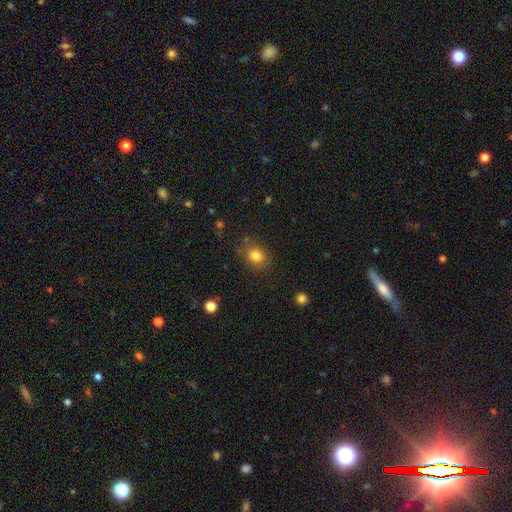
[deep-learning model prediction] This is clearly a smooth galaxy (81%). How rounded: likely round (64%). Merging: clearly none (81%).